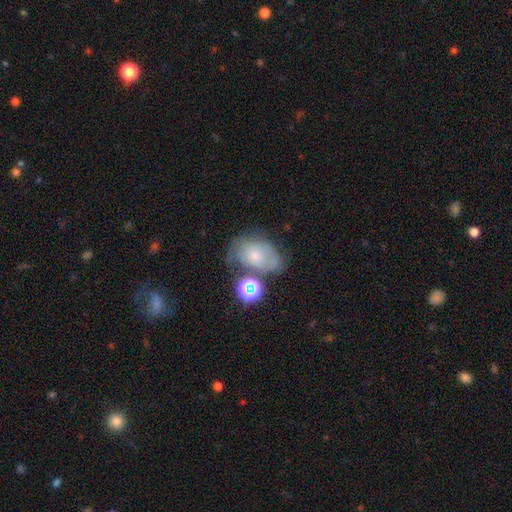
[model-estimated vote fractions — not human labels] A smooth galaxy with no disk features (47%).

Vote fractions:
- Smooth or featured? smooth: 47% / featured or disk: 39% / star or artifact: 14%
- Merging? none: 44% / minor disturbance: 26% / major disturbance: 16% / merger: 15%